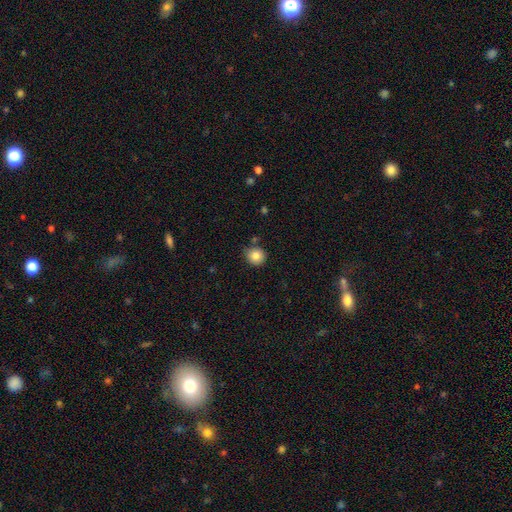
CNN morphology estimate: Smooth or featured? Predicted: smooth (p=0.84). How rounded? Predicted: round (p=0.89). Merging? Predicted: none (p=0.80).